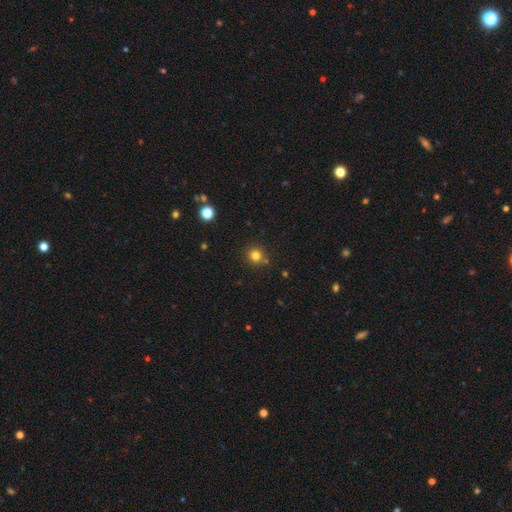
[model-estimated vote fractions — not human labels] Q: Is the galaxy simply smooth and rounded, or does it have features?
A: smooth — 79%.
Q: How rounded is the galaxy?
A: round — 93%.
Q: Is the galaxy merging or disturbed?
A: none — 84%.